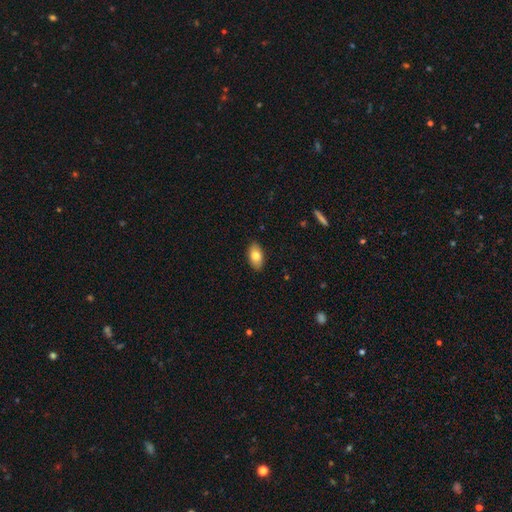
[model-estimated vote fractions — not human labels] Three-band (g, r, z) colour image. It shows a smooth galaxy with no disk features (79%) that is in between round and cigar-shaped (93%). Merging: none (88%).